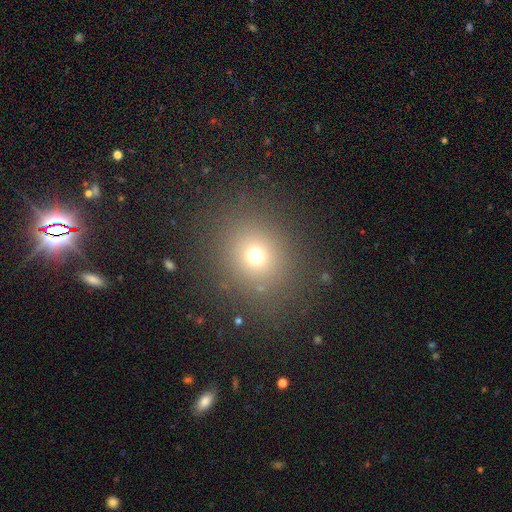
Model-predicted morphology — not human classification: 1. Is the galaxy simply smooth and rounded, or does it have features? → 69% smooth, 21% star or artifact, 10% featured or disk.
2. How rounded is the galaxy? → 80% round, 19% in between, 1% cigar-shaped.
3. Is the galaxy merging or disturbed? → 84% none, 8% minor disturbance, 5% major disturbance, 2% merger.